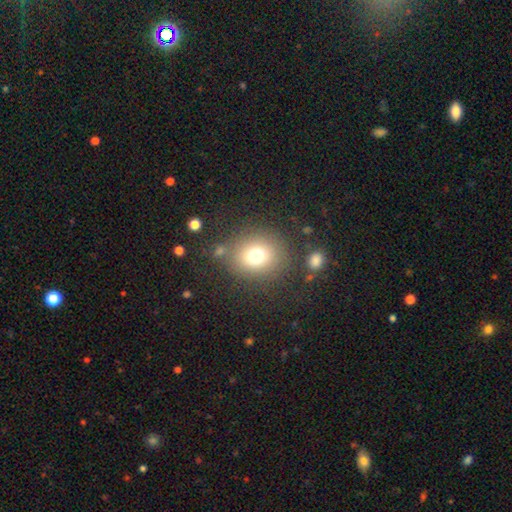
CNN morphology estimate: Smooth or featured: smooth — 74% (star or artifact — 15%)
How rounded: round — 77% (in between — 22%)
Merging: none — 78% (minor disturbance — 11%)